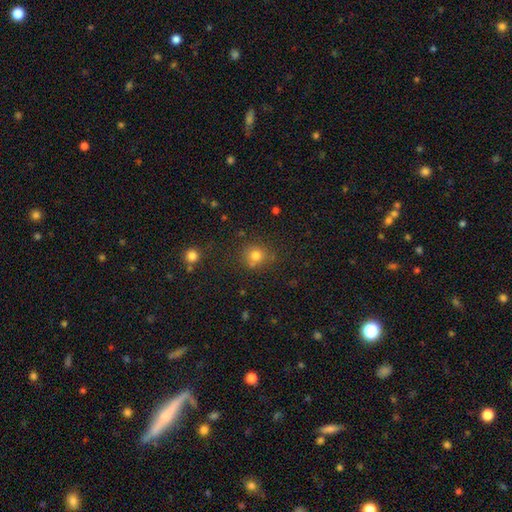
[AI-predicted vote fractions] Smooth or featured: smooth — 77% (star or artifact — 15%)
How rounded: round — 87% (in between — 12%)
Merging: none — 73% (minor disturbance — 14%)